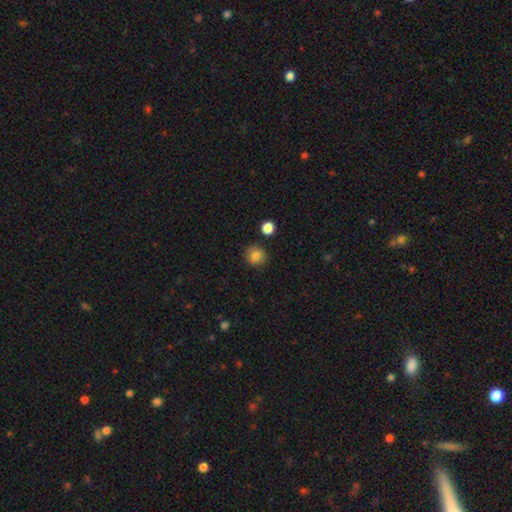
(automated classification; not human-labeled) Morphology: type=smooth (83%); roundness=round (87%); merging=none (86%).